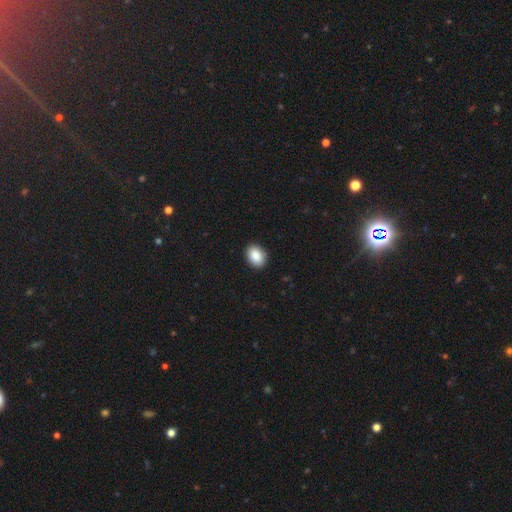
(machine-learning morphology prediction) Smooth or featured? smooth (89%)
How rounded? in between (77%)
Merging? none (90%)